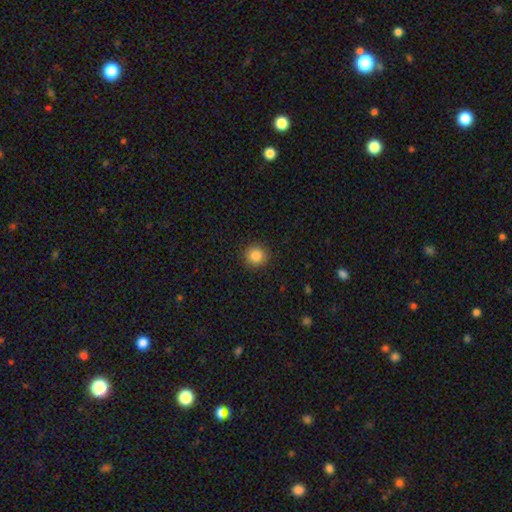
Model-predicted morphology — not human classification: A smooth galaxy with no disk features (86%) that is round (93%).

Vote fractions:
- Smooth or featured? smooth: 86% / star or artifact: 10% / featured or disk: 4%
- How rounded? round: 93% / in between: 6% / cigar-shaped: 1%
- Merging? none: 91% / minor disturbance: 6% / major disturbance: 2% / merger: 1%